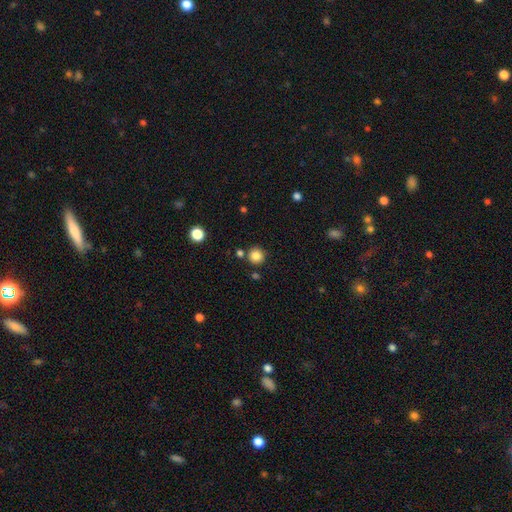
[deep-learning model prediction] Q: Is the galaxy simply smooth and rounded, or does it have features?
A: smooth — 84%.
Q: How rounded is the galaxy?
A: round — 94%.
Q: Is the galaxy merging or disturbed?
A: none — 84%.